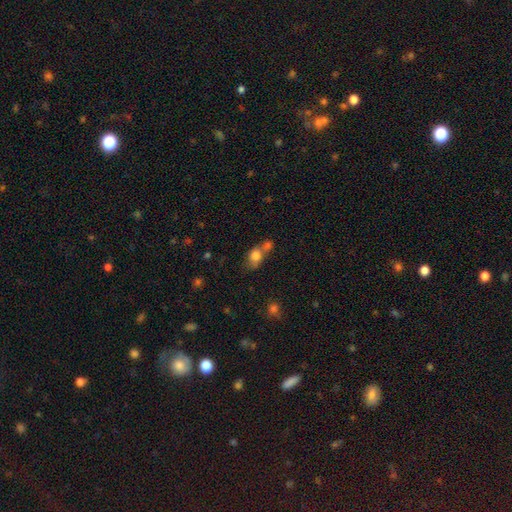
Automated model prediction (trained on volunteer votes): smooth 77%, featured or disk 13%, star or artifact 10%. Down the decision tree: how rounded — in between (55%); merging — merger (51%).